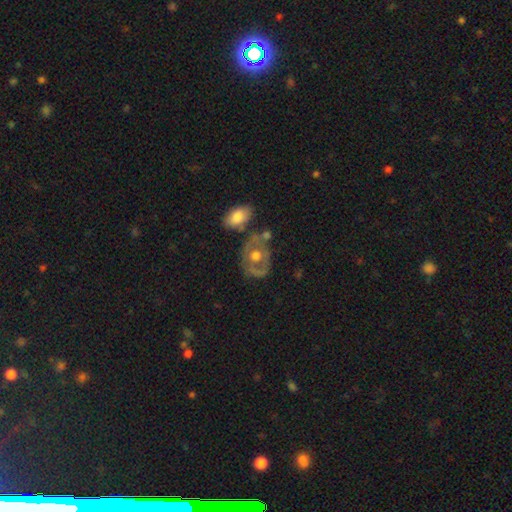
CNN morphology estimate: smooth-or-featured: featured or disk: 59% | smooth: 33% | star or artifact: 7%
  disk-edge-on: no: 94% | yes: 6%
    bar: no: 85% | weak: 11% | strong: 4%
    has-spiral-arms: no: 74% | yes: 26%
    bulge-size: moderate: 74% | large: 14% | small: 9% | none: 2% | dominant: 1%
  merging: none: 57% | minor disturbance: 19% | merger: 15% | major disturbance: 9%